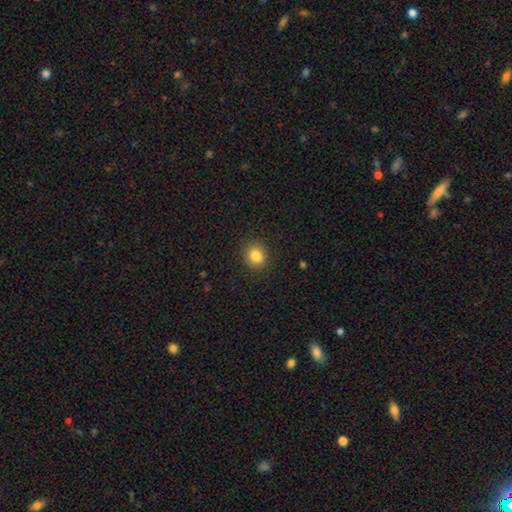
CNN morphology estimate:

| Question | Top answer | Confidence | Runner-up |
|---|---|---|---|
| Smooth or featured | smooth | 83% | star or artifact (11%) |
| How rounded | round | 79% | in between (20%) |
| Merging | none | 88% | minor disturbance (8%) |